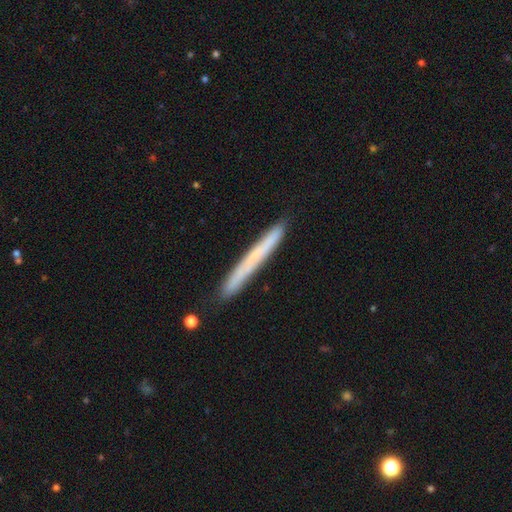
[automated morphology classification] The model was most divided on "smooth or featured": smooth: 56%, featured or disk: 37%, star or artifact: 6%. More confident: how rounded — cigar-shaped (97%); merging — none (86%).